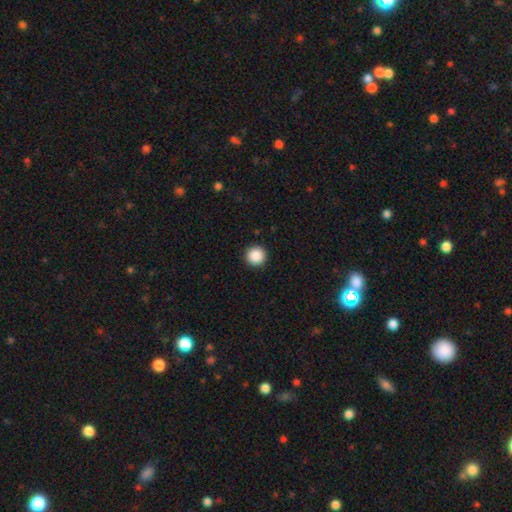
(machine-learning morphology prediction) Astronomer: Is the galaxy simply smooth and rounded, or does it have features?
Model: smooth — 88%.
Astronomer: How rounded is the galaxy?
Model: round — 97%.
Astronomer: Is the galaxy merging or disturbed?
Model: none — 93%.